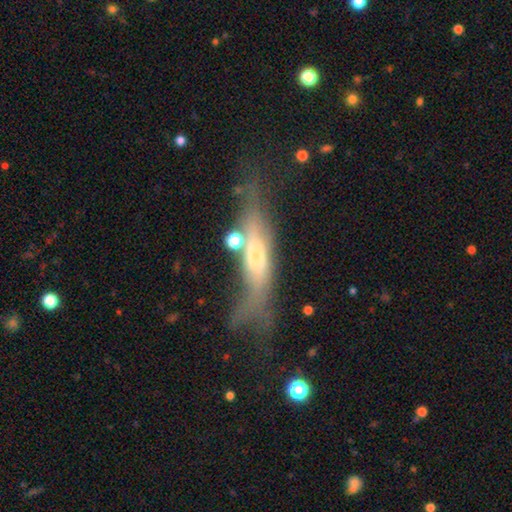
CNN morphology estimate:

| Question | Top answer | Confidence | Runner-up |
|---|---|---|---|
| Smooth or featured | featured or disk | 55% | smooth (35%) |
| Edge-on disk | yes | 68% | no (32%) |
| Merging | none | 41% | minor disturbance (25%) |